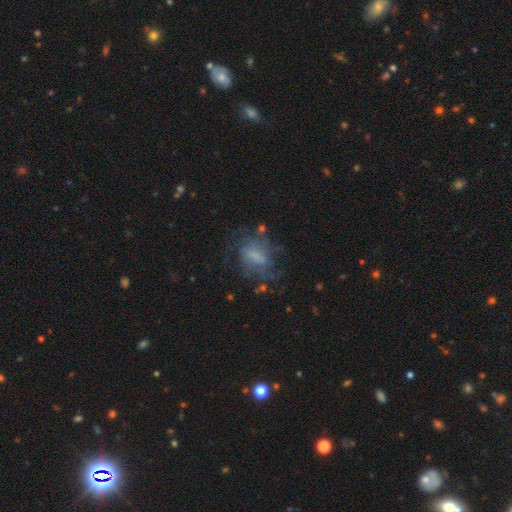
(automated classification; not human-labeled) smooth_or_featured: featured or disk (p=0.45) [alt: smooth p=0.42]
merging: none (p=0.50) [alt: major disturbance p=0.24]